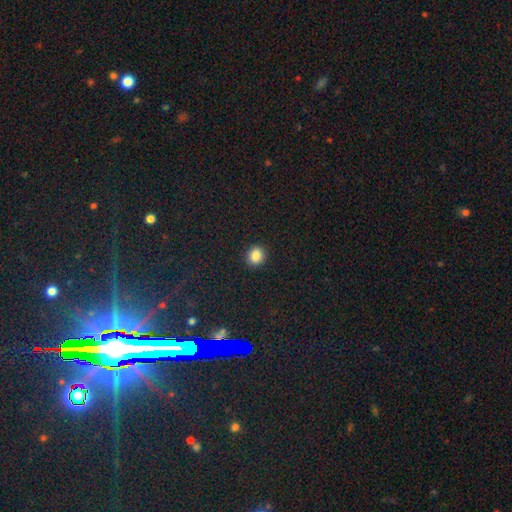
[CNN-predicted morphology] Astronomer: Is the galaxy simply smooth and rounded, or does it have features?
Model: smooth — 86%.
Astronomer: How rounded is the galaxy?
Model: round — 80%.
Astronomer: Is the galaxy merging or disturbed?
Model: none — 91%.